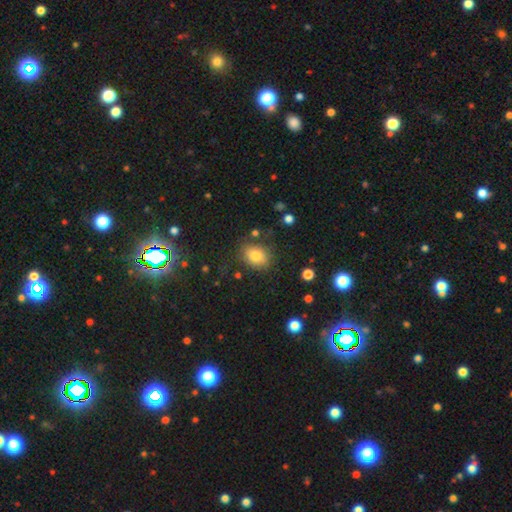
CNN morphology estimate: smooth-or-featured: smooth: 79% | star or artifact: 11% | featured or disk: 10%
  how-rounded: in between: 56% | round: 43% | cigar-shaped: 1%
  merging: none: 76% | minor disturbance: 16% | major disturbance: 5% | merger: 3%